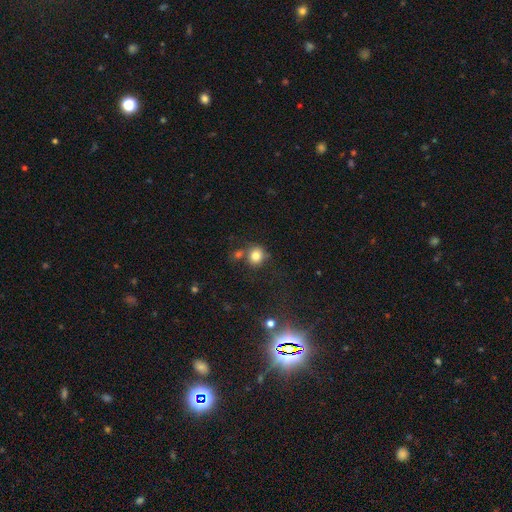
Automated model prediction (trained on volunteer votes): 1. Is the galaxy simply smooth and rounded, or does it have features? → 80% smooth, 12% star or artifact, 8% featured or disk.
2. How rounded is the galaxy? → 77% round, 22% in between, 1% cigar-shaped.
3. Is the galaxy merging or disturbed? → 60% none, 20% merger, 15% minor disturbance, 6% major disturbance.